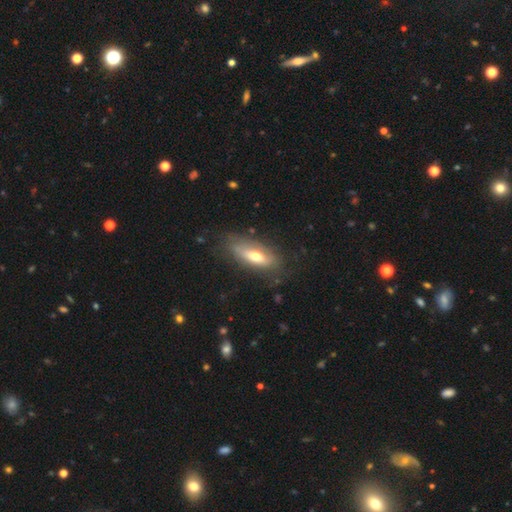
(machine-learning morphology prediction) This appears to be a smooth galaxy with no disk features (56%) that is in between round and cigar-shaped (71%). Merging: none (70%).